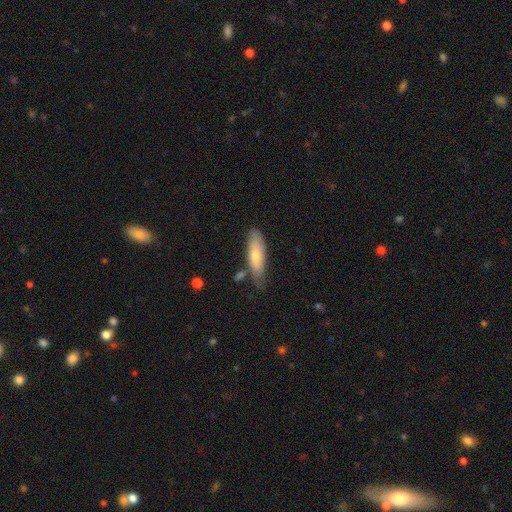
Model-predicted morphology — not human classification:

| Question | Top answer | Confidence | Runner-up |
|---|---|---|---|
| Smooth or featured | smooth | 67% | featured or disk (27%) |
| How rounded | in between | 52% | cigar-shaped (46%) |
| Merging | none | 64% | minor disturbance (24%) |